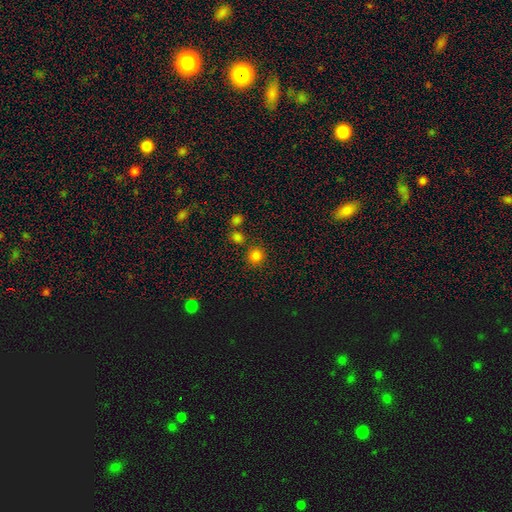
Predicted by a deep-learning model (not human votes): Smooth or featured? smooth (80%)
How rounded? round (90%)
Merging? none (81%)